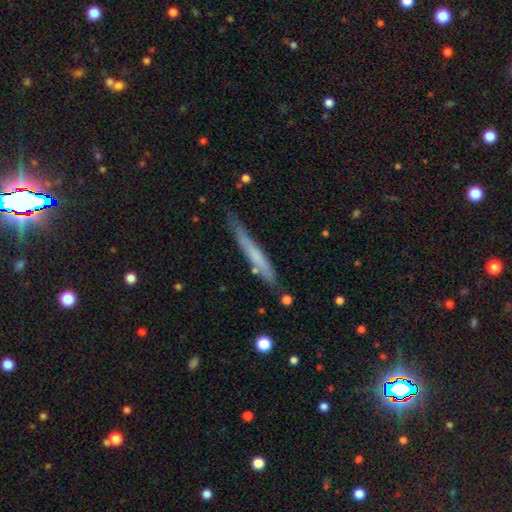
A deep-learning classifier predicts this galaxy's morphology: type=smooth (54%); roundness=cigar-shaped (95%); merging=none (73%).